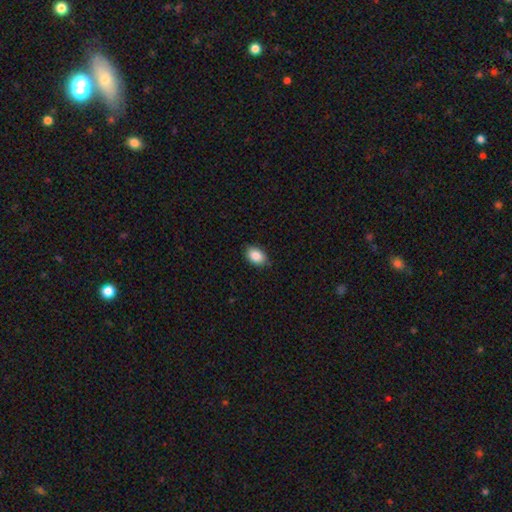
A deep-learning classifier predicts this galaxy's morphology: A smooth galaxy with no disk features (88%) that is in between round and cigar-shaped (87%). Merging: none (81%).